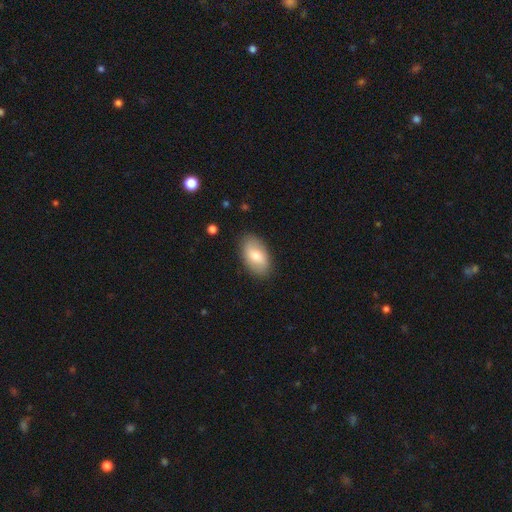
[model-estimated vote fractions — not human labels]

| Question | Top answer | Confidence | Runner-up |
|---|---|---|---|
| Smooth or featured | smooth | 69% | featured or disk (25%) |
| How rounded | in between | 93% | round (5%) |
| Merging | none | 86% | minor disturbance (10%) |